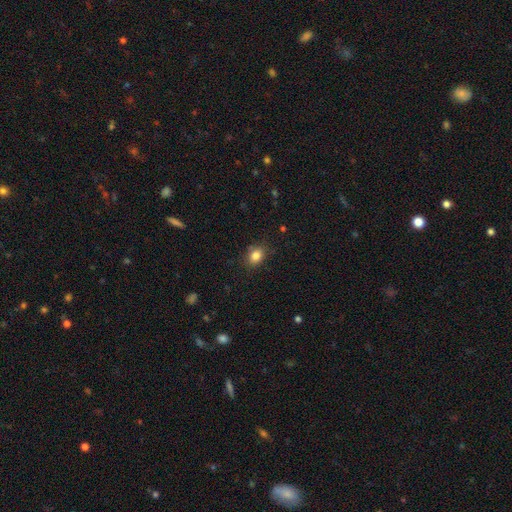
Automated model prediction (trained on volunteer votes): smooth 84%, star or artifact 11%, featured or disk 5%. Down the decision tree: how rounded — in between (51%); merging — none (84%).